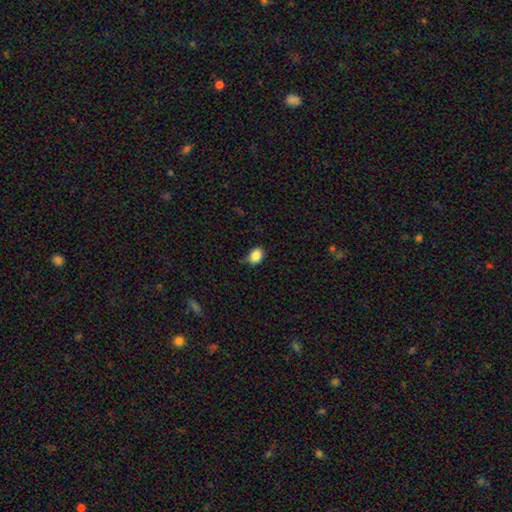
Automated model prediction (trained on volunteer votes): Smooth or featured? Predicted: smooth (p=0.87). How rounded? Predicted: in between (p=0.69). Merging? Predicted: none (p=0.71).